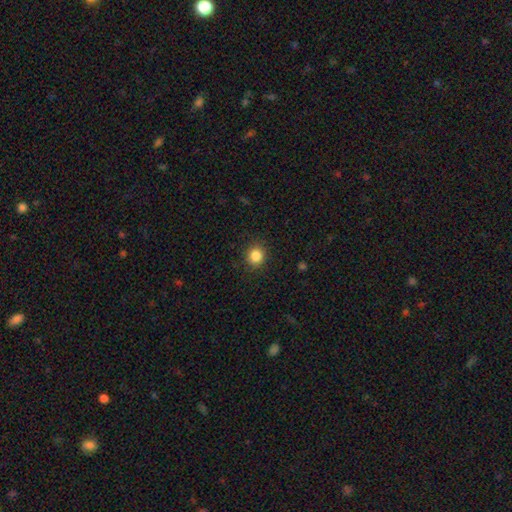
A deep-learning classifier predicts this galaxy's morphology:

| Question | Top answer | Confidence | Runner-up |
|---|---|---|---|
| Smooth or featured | smooth | 85% | star or artifact (11%) |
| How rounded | round | 87% | in between (12%) |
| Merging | none | 89% | minor disturbance (7%) |